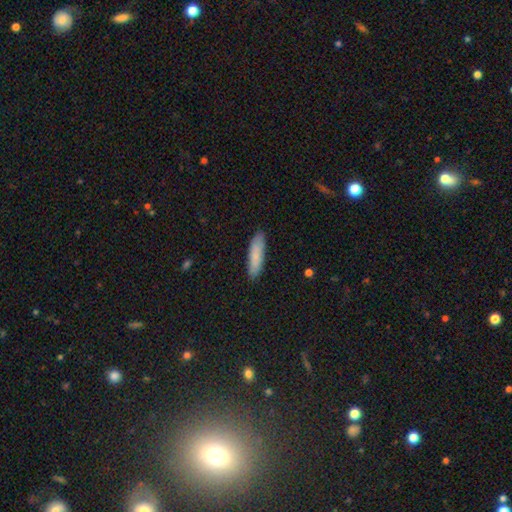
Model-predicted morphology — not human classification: Smooth or featured?
  - smooth: 84% *
  - featured or disk: 10%
  - star or artifact: 6%
How rounded?
  - cigar-shaped: 71% *
  - in between: 28%
  - round: 1%
Merging?
  - none: 88% *
  - minor disturbance: 10%
  - major disturbance: 2%
  - merger: 1%